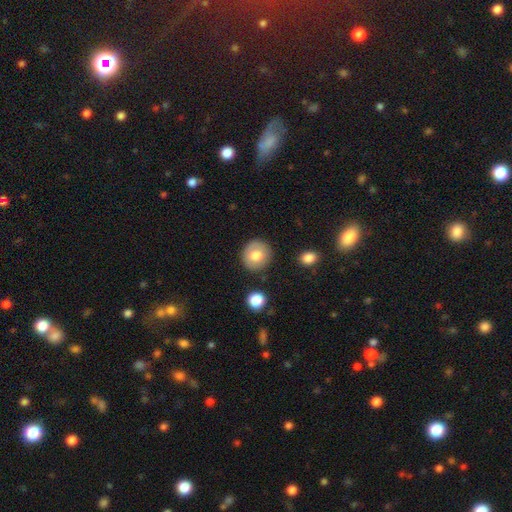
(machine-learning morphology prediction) The model was most divided on "smooth or featured": smooth: 74%, featured or disk: 18%, star or artifact: 8%. More confident: how rounded — round (88%); merging — none (86%).